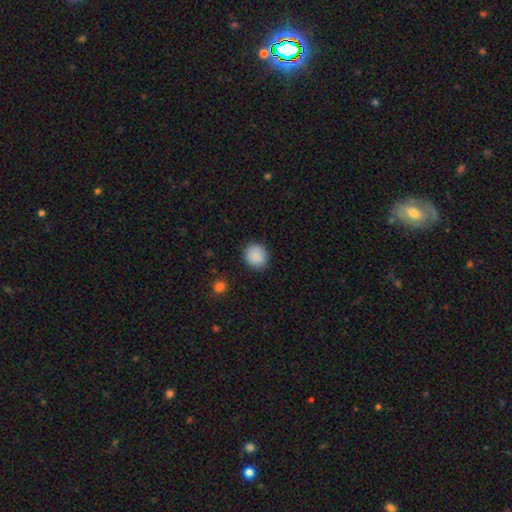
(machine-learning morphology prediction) This is clearly a smooth galaxy (89%). How rounded: clearly round (84%). Merging: clearly none (90%).